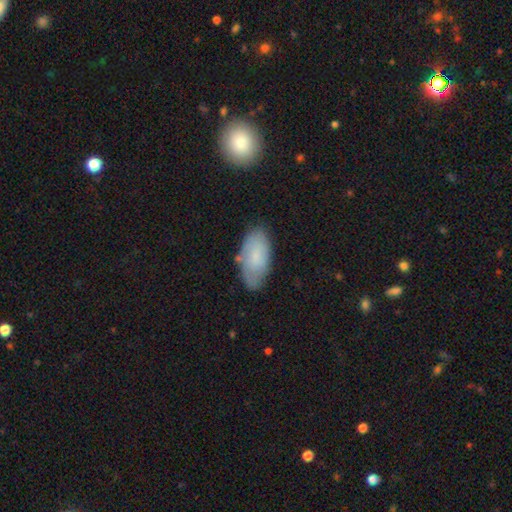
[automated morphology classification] type=smooth (71%); roundness=in between (93%); merging=none (72%).